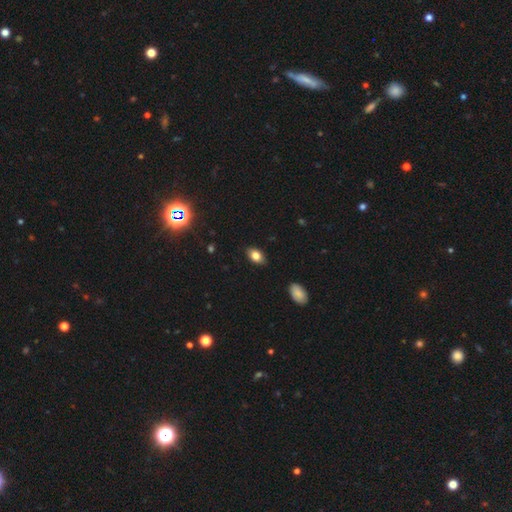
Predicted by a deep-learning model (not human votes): Smooth or featured? smooth (80%)
How rounded? in between (88%)
Merging? none (86%)